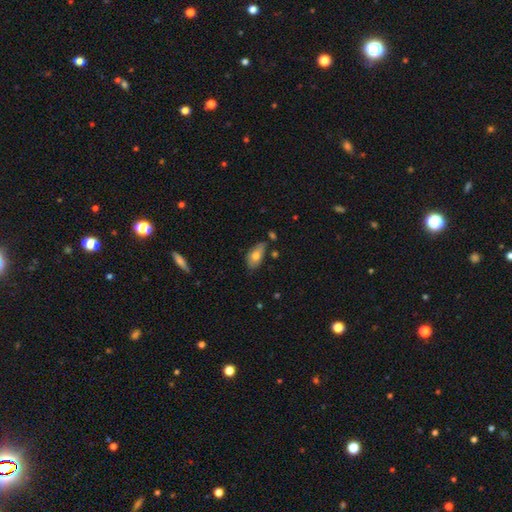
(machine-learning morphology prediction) Smooth or featured? Predicted: smooth (p=0.69). How rounded? Predicted: in between (p=0.89). Merging? Predicted: none (p=0.61).